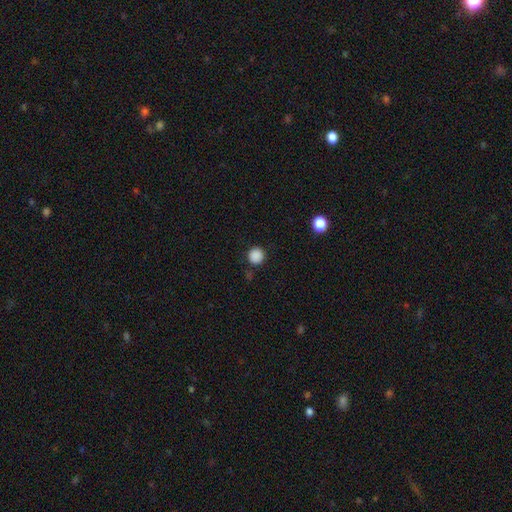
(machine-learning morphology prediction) Smooth or featured? smooth (87%)
How rounded? round (94%)
Merging? none (88%)